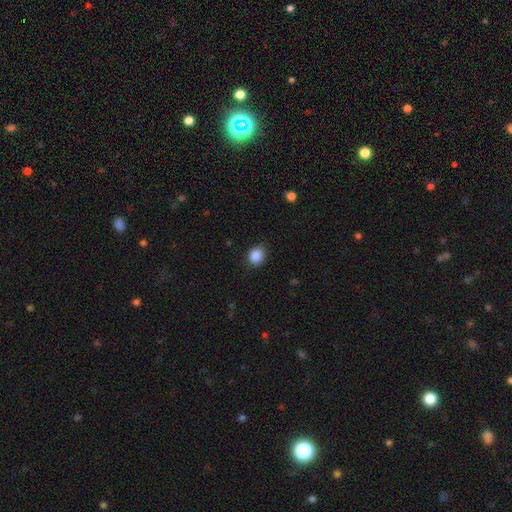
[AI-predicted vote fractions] Overall: smooth (87%). How rounded: round (61%; in between 38%). Merging: none (81%).